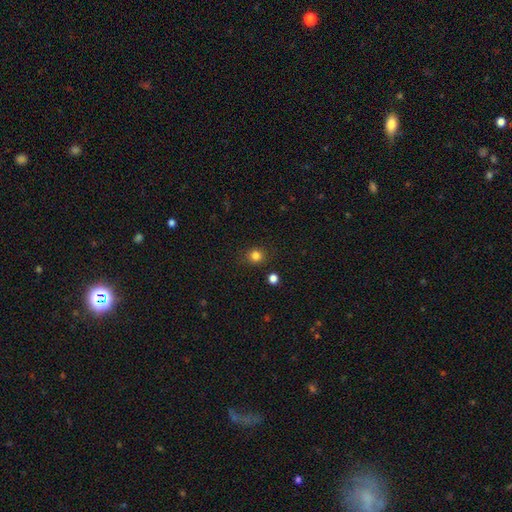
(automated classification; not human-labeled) This is clearly a smooth galaxy (82%). How rounded: clearly round (84%). Merging: clearly none (85%).